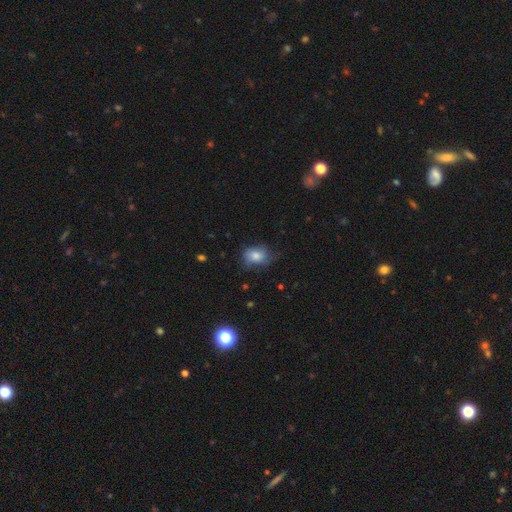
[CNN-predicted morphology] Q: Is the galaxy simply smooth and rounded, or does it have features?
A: smooth — 72%.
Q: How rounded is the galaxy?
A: in between — 60%.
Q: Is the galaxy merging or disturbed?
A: none — 52%.